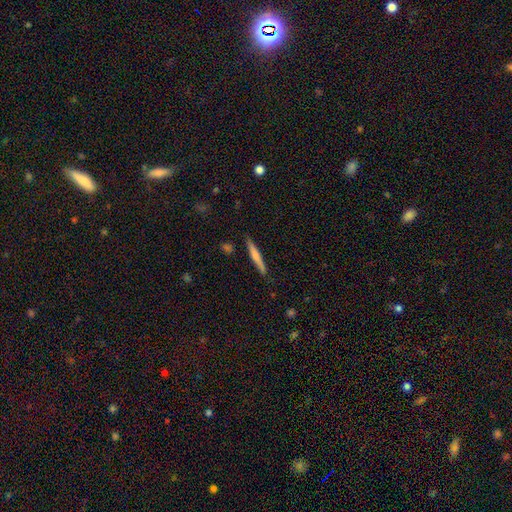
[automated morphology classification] smooth 52%, featured or disk 42%, star or artifact 6%. Down the decision tree: how rounded — cigar-shaped (95%); merging — none (88%).